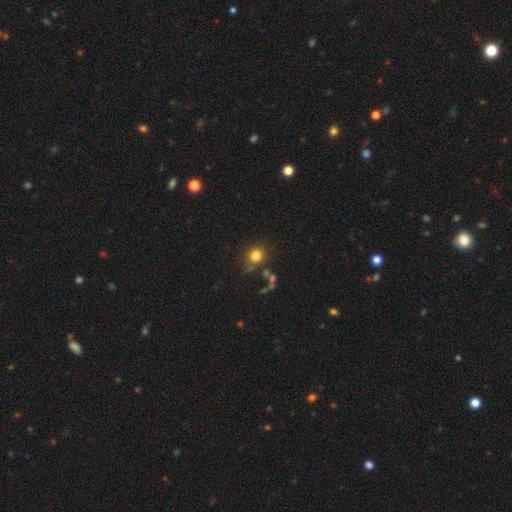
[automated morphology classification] The model was most divided on "merging": none: 76%, minor disturbance: 12%, merger: 8%, major disturbance: 5%. More confident: how rounded — round (88%); smooth or featured — smooth (80%).